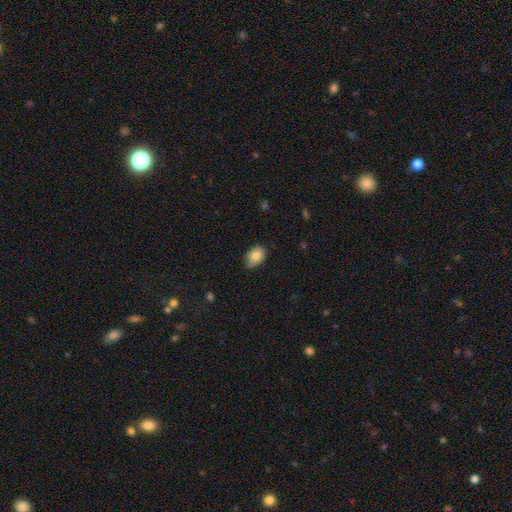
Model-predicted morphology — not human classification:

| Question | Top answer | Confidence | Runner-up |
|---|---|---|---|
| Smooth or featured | smooth | 81% | featured or disk (11%) |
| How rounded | in between | 80% | round (18%) |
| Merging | none | 64% | minor disturbance (31%) |